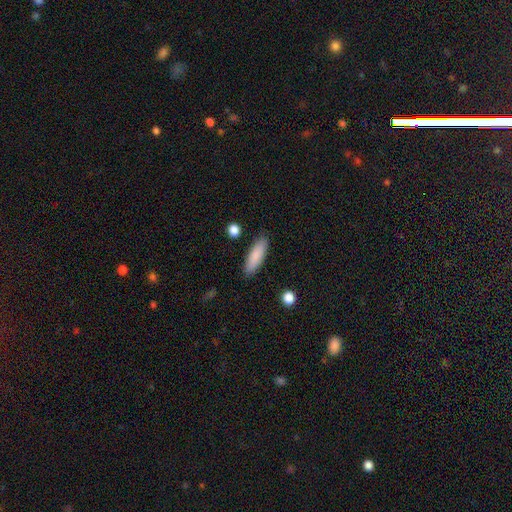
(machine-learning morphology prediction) A smooth galaxy with no disk features (85%) that is cigar-shaped (55%).

Vote fractions:
- Smooth or featured? smooth: 85% / featured or disk: 9% / star or artifact: 6%
- How rounded? cigar-shaped: 55% / in between: 43% / round: 2%
- Merging? none: 88% / minor disturbance: 9% / major disturbance: 2% / merger: 2%